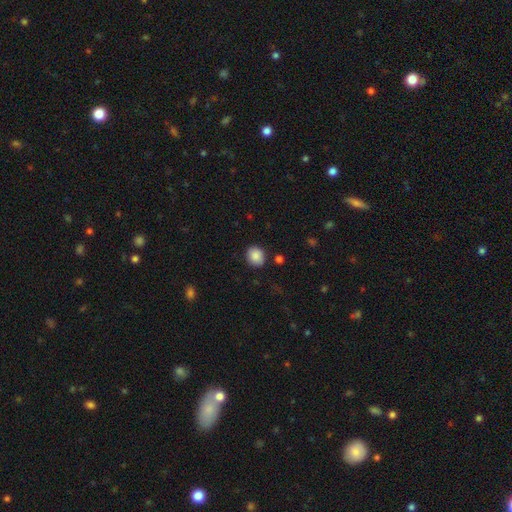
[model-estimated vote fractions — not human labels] smooth_or_featured: smooth (p=0.87) [alt: star or artifact p=0.08]
how_rounded: round (p=0.66) [alt: in between p=0.33]
merging: none (p=0.85) [alt: minor disturbance p=0.10]